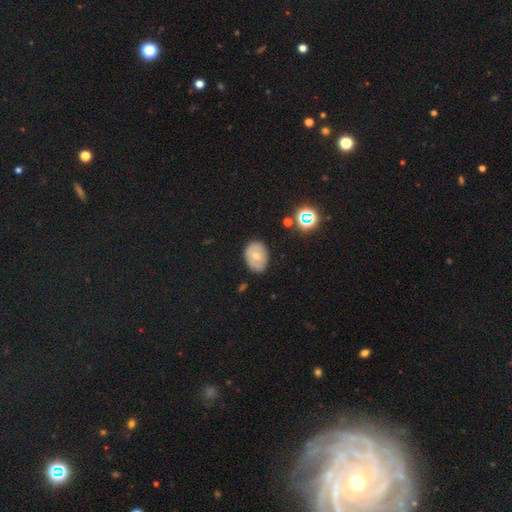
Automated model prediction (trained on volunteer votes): This appears to be a smooth galaxy with no disk features (56%) that is in between round and cigar-shaped (69%). Merging: none (77%).